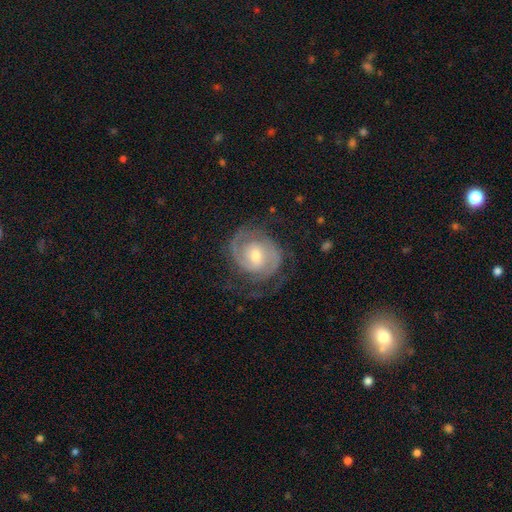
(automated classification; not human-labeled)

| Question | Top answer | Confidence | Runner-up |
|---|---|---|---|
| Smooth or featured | featured or disk | 88% | smooth (7%) |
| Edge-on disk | no | 98% | yes (2%) |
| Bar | weak | 47% | no (41%) |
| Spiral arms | yes | 97% | no (3%) |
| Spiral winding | tight | 57% | medium (35%) |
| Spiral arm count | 2 | 73% | can't tell (11%) |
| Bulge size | moderate | 56% | small (38%) |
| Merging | none | 71% | minor disturbance (17%) |